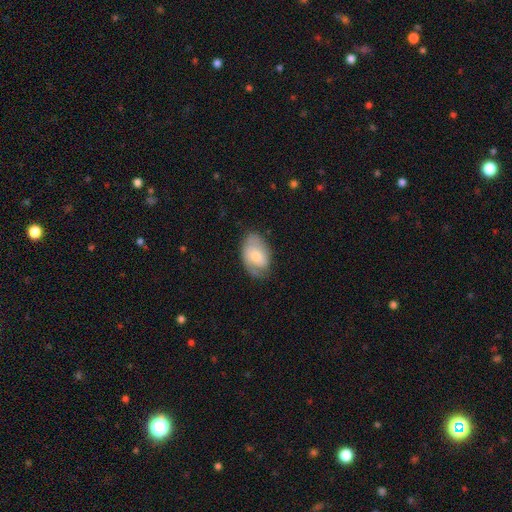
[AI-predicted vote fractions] Overall: smooth (54%; featured or disk 39%). How rounded: in between (88%). Merging: none (61%; minor disturbance 28%).